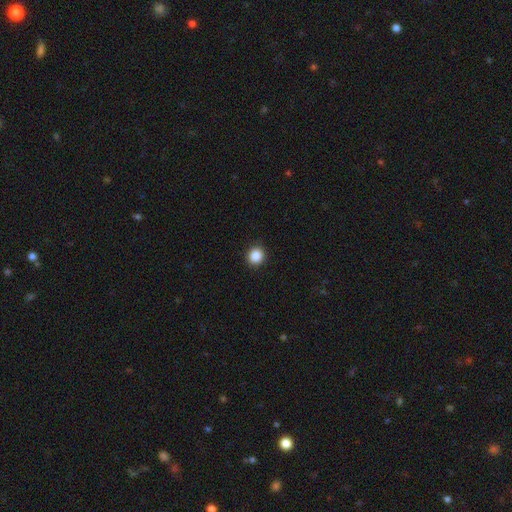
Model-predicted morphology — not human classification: Overall: smooth (87%). How rounded: round (90%). Merging: none (93%).